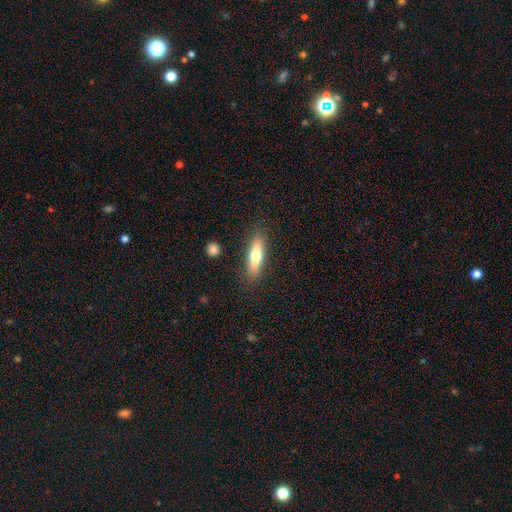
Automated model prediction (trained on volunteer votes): Smooth or featured? smooth (61%)
How rounded? cigar-shaped (67%)
Merging? none (86%)